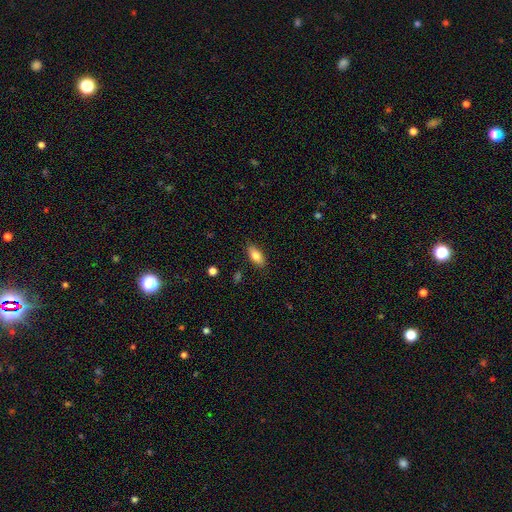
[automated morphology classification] smooth-or-featured: smooth: 82% | featured or disk: 11% | star or artifact: 7%
  how-rounded: in between: 86% | cigar-shaped: 11% | round: 3%
  merging: none: 87% | minor disturbance: 10% | major disturbance: 2% | merger: 1%